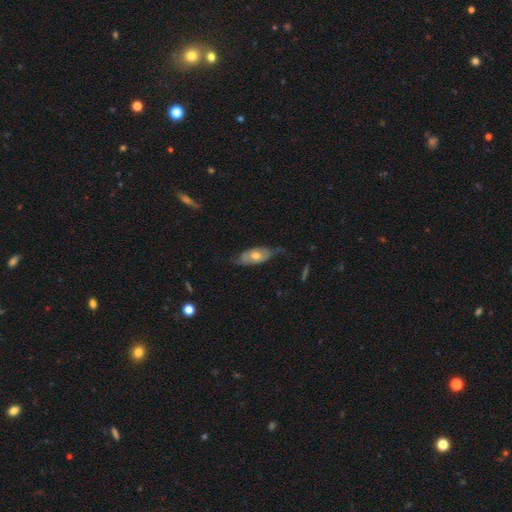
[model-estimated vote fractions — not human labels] Smooth or featured?
  - featured or disk: 52% *
  - smooth: 43%
  - star or artifact: 6%
Edge-on disk?
  - no: 78% *
  - yes: 22%
Merging?
  - none: 55% *
  - minor disturbance: 30%
  - major disturbance: 12%
  - merger: 2%